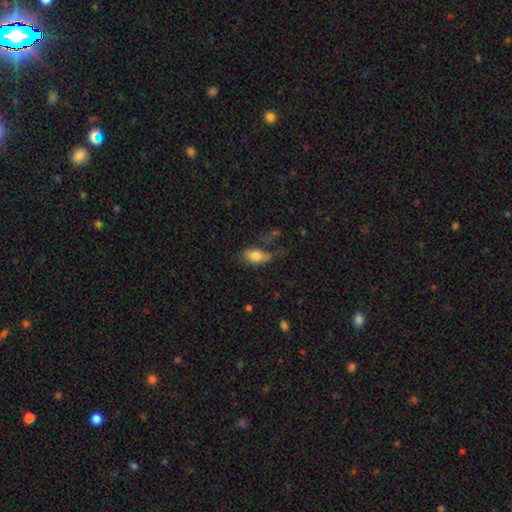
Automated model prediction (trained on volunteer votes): Q: Smooth or featured?
A: smooth (77%); runner-up: featured or disk (14%)
Q: How rounded?
A: in between (88%); runner-up: round (7%)
Q: Merging?
A: none (46%); runner-up: minor disturbance (28%)